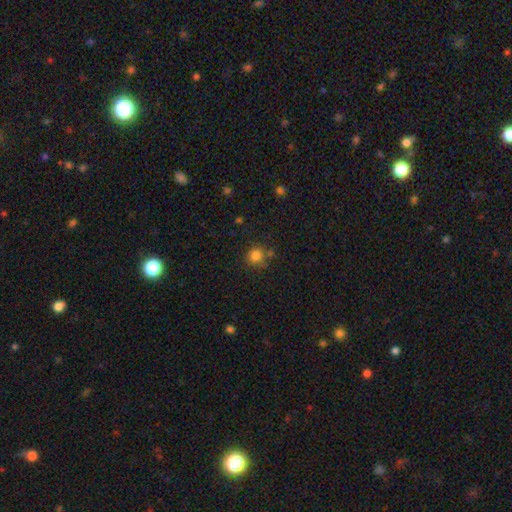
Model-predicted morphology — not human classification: Smooth or featured?
  - smooth: 82% *
  - star or artifact: 12%
  - featured or disk: 6%
How rounded?
  - round: 92% *
  - in between: 7%
  - cigar-shaped: 1%
Merging?
  - none: 75% *
  - minor disturbance: 13%
  - merger: 9%
  - major disturbance: 4%